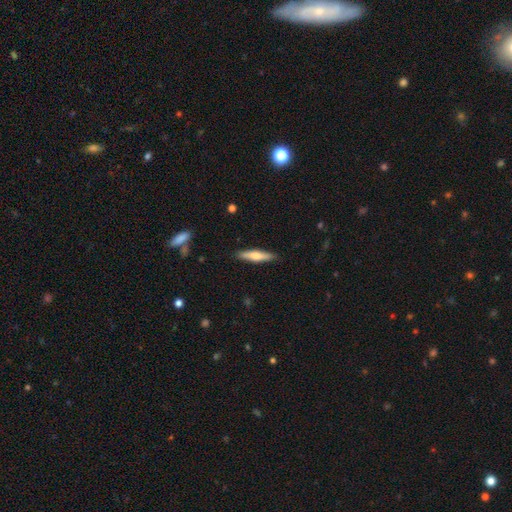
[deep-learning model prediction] Overall: smooth (55%; featured or disk 39%). How rounded: cigar-shaped (82%). Merging: none (89%).